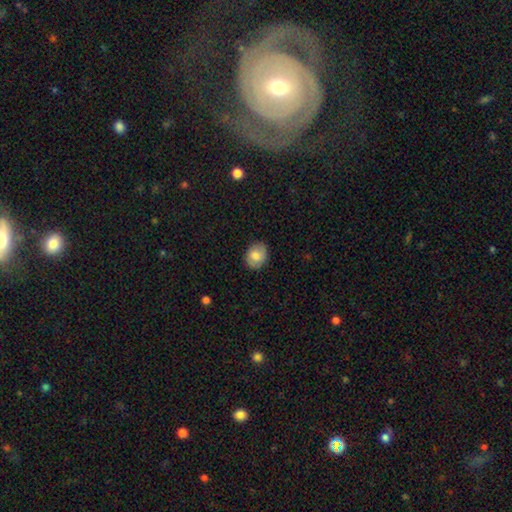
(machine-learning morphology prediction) This appears to be a smooth galaxy with no disk features (77%) that is in between round and cigar-shaped (57%). Merging: none (86%).